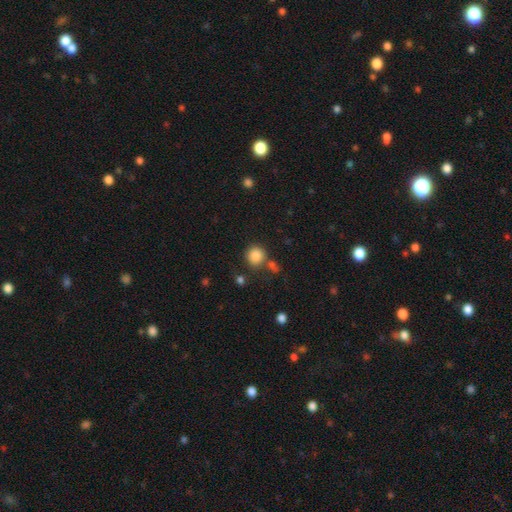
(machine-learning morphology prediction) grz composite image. It shows a smooth galaxy with no disk features (86%) that is round (90%). Merging: none (73%).